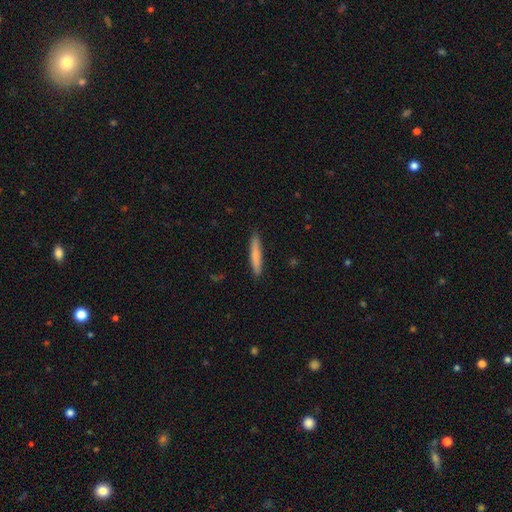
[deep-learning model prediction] The model was most divided on "smooth or featured": smooth: 75%, featured or disk: 20%, star or artifact: 5%. More confident: how rounded — cigar-shaped (94%); merging — none (90%).